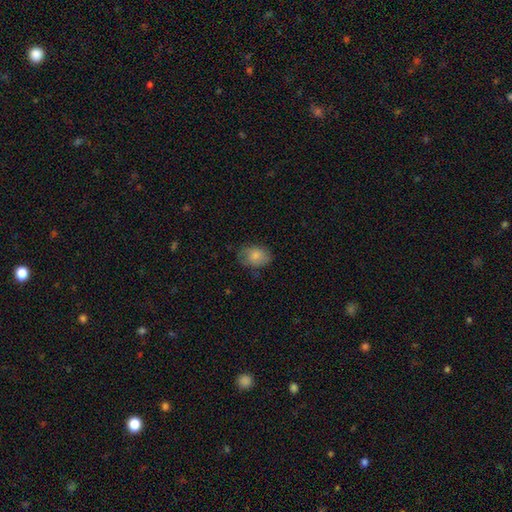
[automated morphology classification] A smooth galaxy with no disk features (81%) that is in between round and cigar-shaped (70%).

Vote fractions:
- Smooth or featured? smooth: 81% / featured or disk: 12% / star or artifact: 8%
- How rounded? in between: 70% / round: 29% / cigar-shaped: 1%
- Merging? none: 67% / minor disturbance: 24% / major disturbance: 7% / merger: 1%